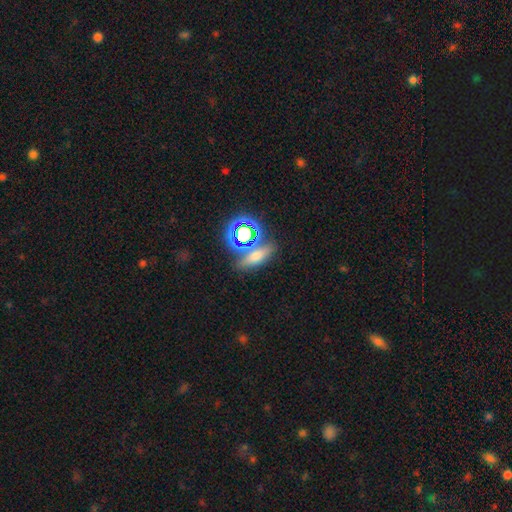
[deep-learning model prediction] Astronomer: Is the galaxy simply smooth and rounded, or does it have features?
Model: smooth — 54% (runner-up: star or artifact, 30%).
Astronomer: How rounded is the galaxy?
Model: in between — 56%.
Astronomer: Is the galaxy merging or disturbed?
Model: none — 71%.